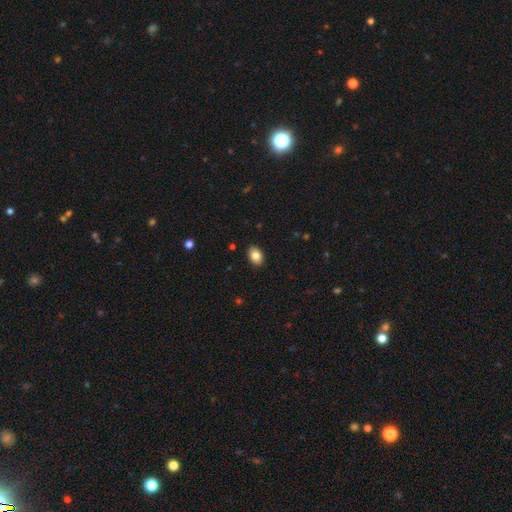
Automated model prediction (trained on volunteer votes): A smooth galaxy with no disk features (83%) that is in between round and cigar-shaped (81%).

Vote fractions:
- Smooth or featured? smooth: 83% / featured or disk: 8% / star or artifact: 8%
- How rounded? in between: 81% / round: 17% / cigar-shaped: 1%
- Merging? none: 90% / minor disturbance: 8% / major disturbance: 2% / merger: 1%